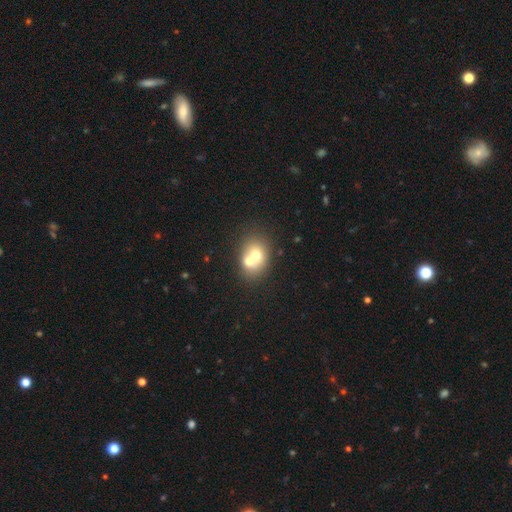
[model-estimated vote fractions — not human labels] A smooth galaxy with no disk features (63%) that is round (55%).

Vote fractions:
- Smooth or featured? smooth: 63% / featured or disk: 26% / star or artifact: 10%
- How rounded? round: 55% / in between: 44% / cigar-shaped: 1%
- Merging? merger: 60% / none: 30% / minor disturbance: 7% / major disturbance: 3%